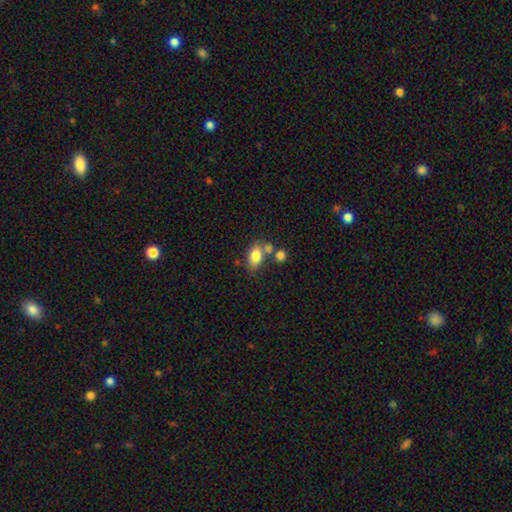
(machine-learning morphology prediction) smooth_or_featured: smooth (p=0.80) [alt: featured or disk p=0.11]
how_rounded: in between (p=0.81) [alt: round p=0.17]
merging: none (p=0.54) [alt: merger p=0.27]